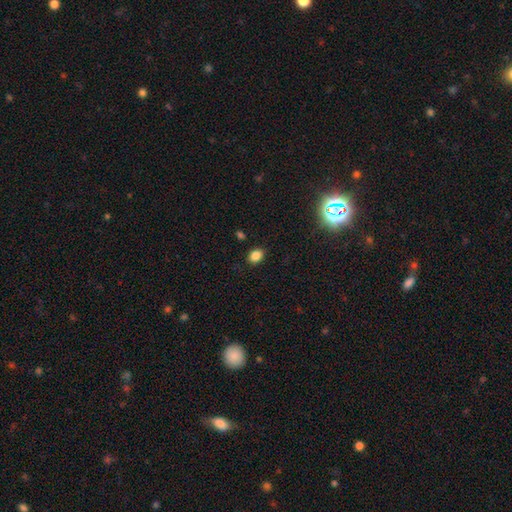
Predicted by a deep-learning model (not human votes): A smooth galaxy with no disk features (84%) that is in between round and cigar-shaped (53%). Merging: none (87%).